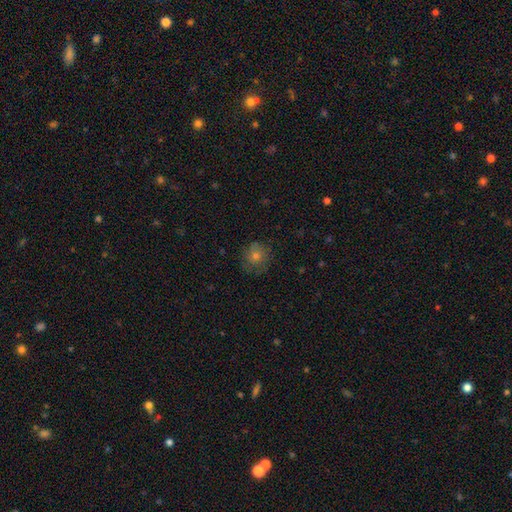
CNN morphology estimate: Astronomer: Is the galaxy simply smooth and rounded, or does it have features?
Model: smooth — 59%.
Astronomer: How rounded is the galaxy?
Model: round — 88%.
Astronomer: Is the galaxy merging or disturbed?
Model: none — 79%.